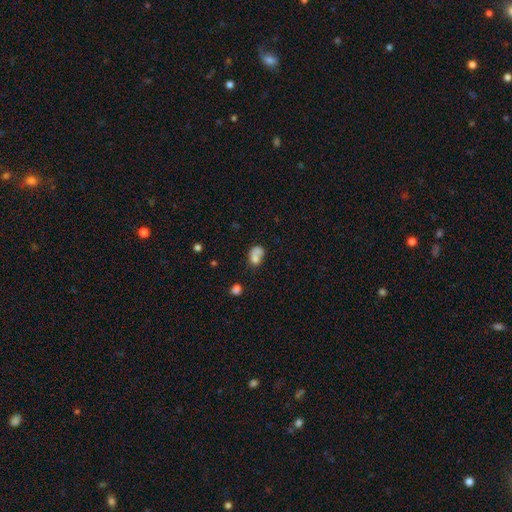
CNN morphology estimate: smooth_or_featured: smooth (p=0.70) [alt: featured or disk p=0.19]
how_rounded: in between (p=0.65) [alt: round p=0.33]
merging: merger (p=0.42) [alt: none p=0.29]